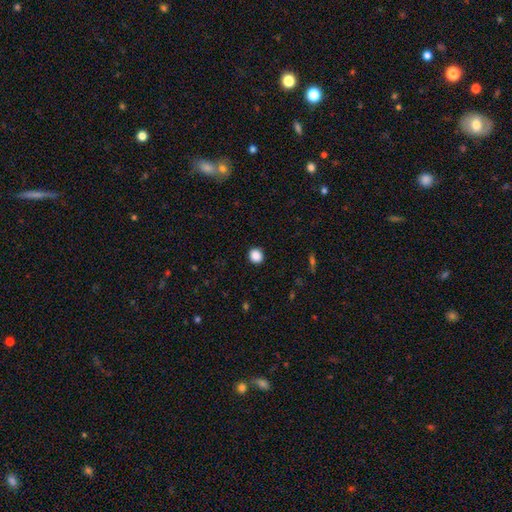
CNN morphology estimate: Smooth or featured? smooth (88%)
How rounded? round (90%)
Merging? none (92%)